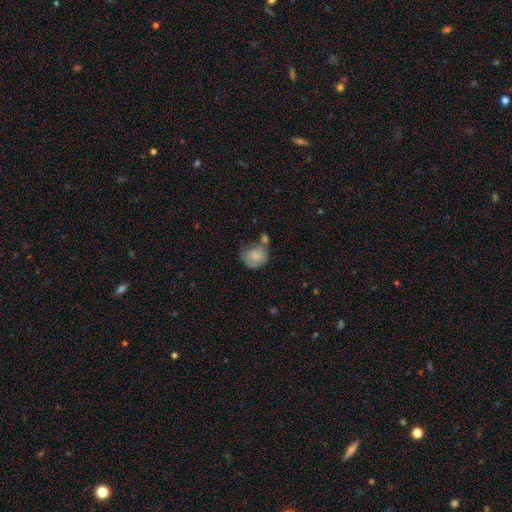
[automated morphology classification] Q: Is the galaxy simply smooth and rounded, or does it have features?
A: smooth — 72%.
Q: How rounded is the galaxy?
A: round — 70%.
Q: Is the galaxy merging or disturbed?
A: none — 39%.